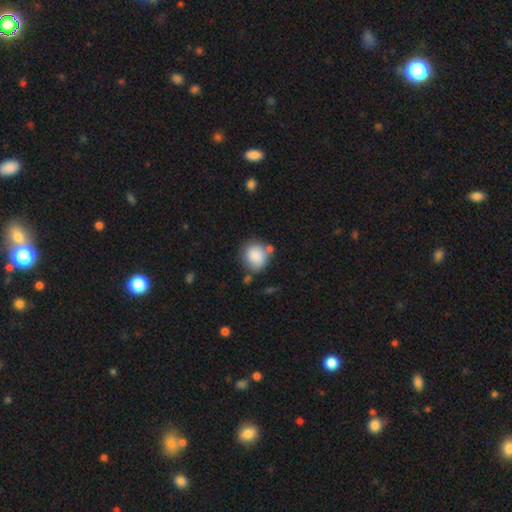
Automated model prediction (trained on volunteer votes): smooth_or_featured: smooth (p=0.87) [alt: star or artifact p=0.08]
how_rounded: round (p=0.82) [alt: in between p=0.17]
merging: none (p=0.68) [alt: minor disturbance p=0.15]